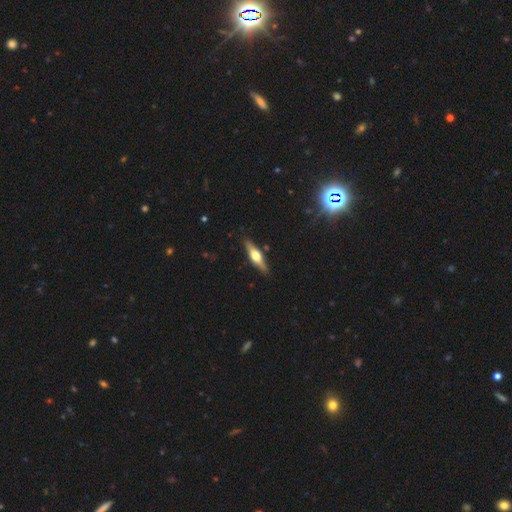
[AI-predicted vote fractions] featured or disk 61%, smooth 33%, star or artifact 6%. Down the decision tree: edge-on disk — yes (95%); edge-on bulge — rounded (93%); merging — none (87%).